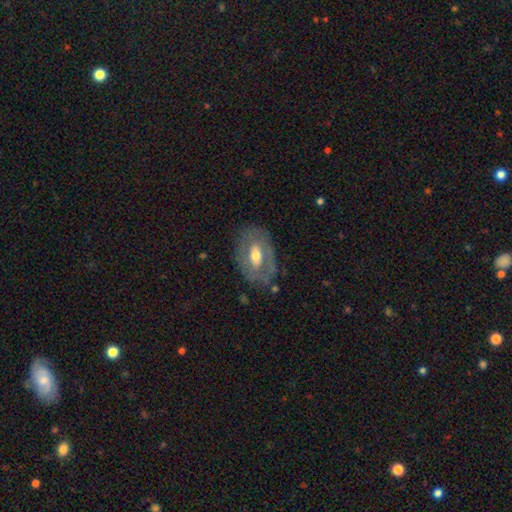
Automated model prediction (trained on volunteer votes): Morphology: type=featured or disk (59%); edge-on=no (91%); bar=no (42%); spiral arms=no (65%); bulge=moderate (68%); merging=none (73%).